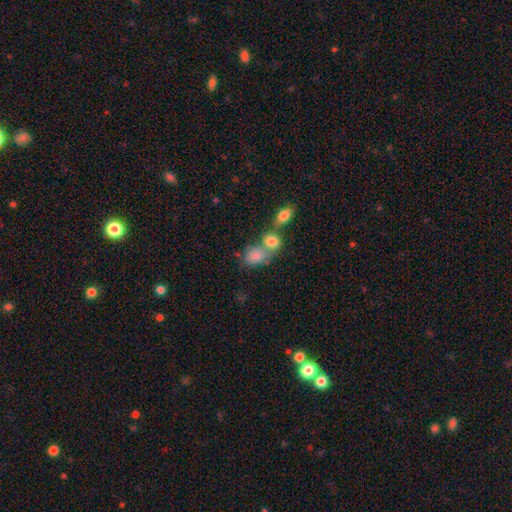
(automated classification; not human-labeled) Smooth or featured? Predicted: smooth (p=0.80). How rounded? Predicted: in between (p=0.63). Merging? Predicted: merger (p=0.53).